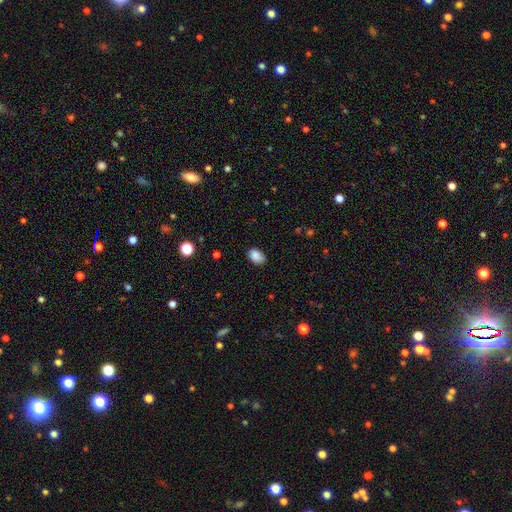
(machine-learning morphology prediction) Q: Smooth or featured?
A: smooth (88%); runner-up: star or artifact (9%)
Q: How rounded?
A: in between (84%); runner-up: round (15%)
Q: Merging?
A: none (86%); runner-up: minor disturbance (11%)